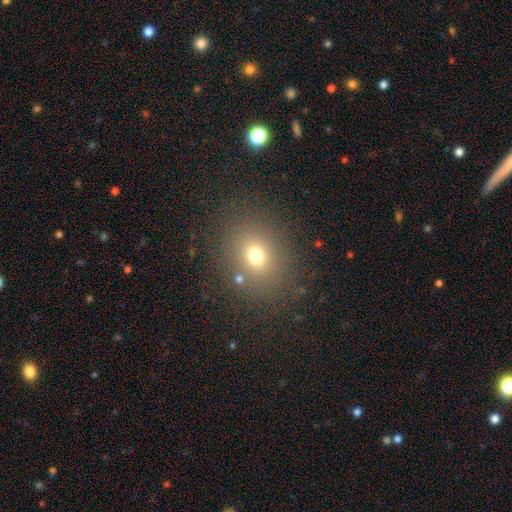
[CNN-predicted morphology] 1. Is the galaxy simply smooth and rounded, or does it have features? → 69% smooth, 20% star or artifact, 11% featured or disk.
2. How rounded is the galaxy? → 65% round, 34% in between, 1% cigar-shaped.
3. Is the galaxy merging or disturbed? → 81% none, 10% minor disturbance, 6% major disturbance, 3% merger.